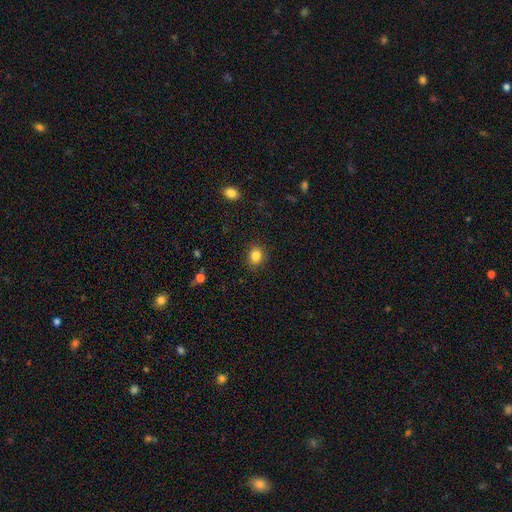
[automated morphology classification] Overall: smooth (84%). How rounded: round (62%; in between 37%). Merging: none (88%).